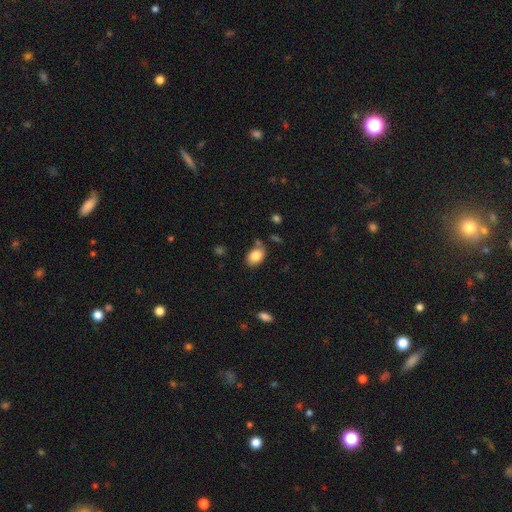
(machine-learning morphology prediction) smooth_or_featured: smooth (p=0.84) [alt: star or artifact p=0.08]
how_rounded: in between (p=0.82) [alt: round p=0.17]
merging: none (p=0.72) [alt: minor disturbance p=0.17]